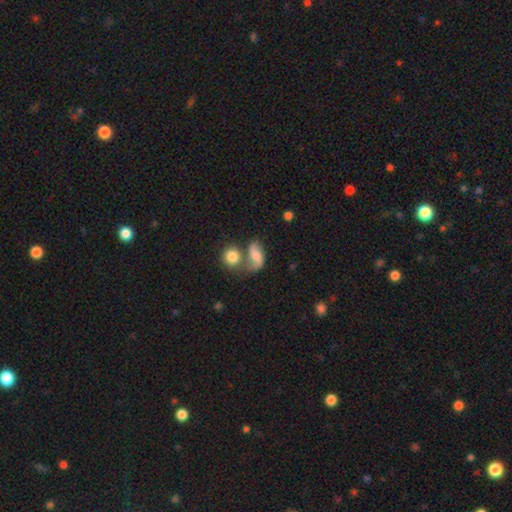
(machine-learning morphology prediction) Smooth or featured?
  - smooth: 47% *
  - featured or disk: 43%
  - star or artifact: 10%
Merging?
  - merger: 42% *
  - none: 31%
  - minor disturbance: 14%
  - major disturbance: 12%